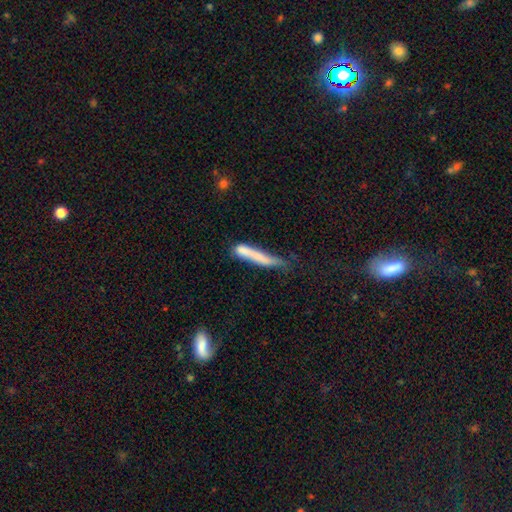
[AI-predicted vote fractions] smooth 68%, featured or disk 25%, star or artifact 7%. Down the decision tree: how rounded — cigar-shaped (92%); merging — none (45%).